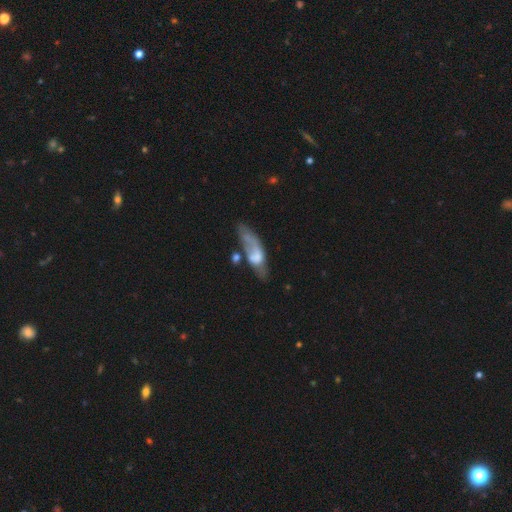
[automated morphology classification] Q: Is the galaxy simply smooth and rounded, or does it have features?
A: smooth — 49%.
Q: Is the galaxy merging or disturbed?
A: major disturbance — 31%.